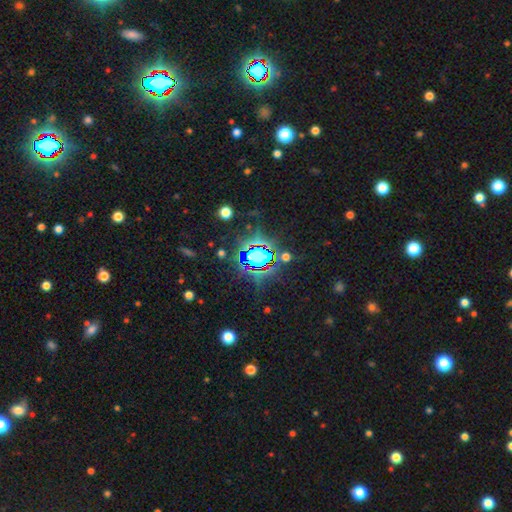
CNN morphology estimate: type=star or artifact (73%).